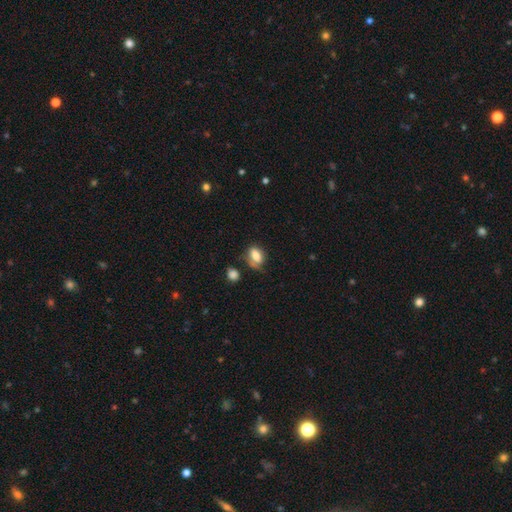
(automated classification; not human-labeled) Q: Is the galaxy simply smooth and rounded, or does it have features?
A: smooth — 78%.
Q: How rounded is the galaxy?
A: in between — 83%.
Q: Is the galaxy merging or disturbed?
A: none — 49%.